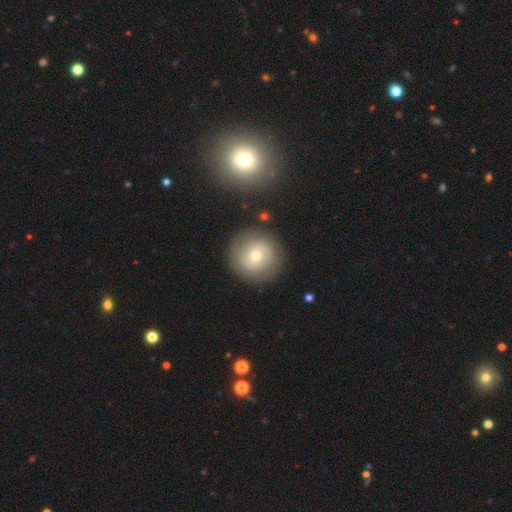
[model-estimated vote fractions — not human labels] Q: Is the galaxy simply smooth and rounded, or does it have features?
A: smooth — 55%.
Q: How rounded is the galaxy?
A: round — 94%.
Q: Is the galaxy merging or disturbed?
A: none — 84%.